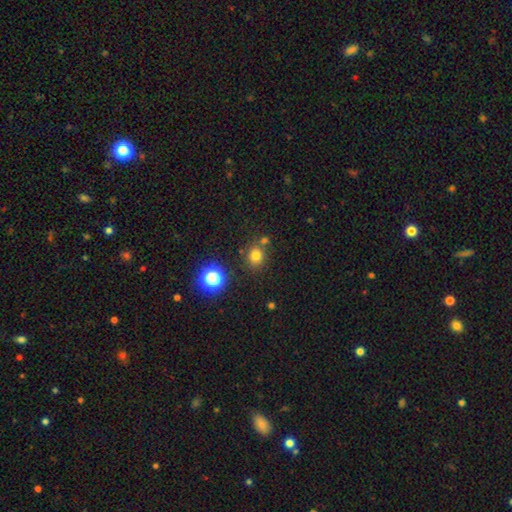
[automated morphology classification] smooth-or-featured: smooth: 76% | star or artifact: 18% | featured or disk: 6%
  how-rounded: round: 76% | in between: 23% | cigar-shaped: 1%
  merging: none: 74% | merger: 12% | minor disturbance: 10% | major disturbance: 4%